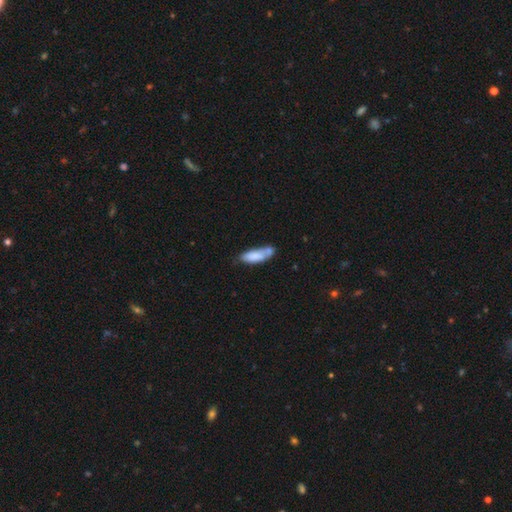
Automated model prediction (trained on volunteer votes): smooth 77%, featured or disk 16%, star or artifact 7%. Down the decision tree: how rounded — in between (57%); merging — none (42%).